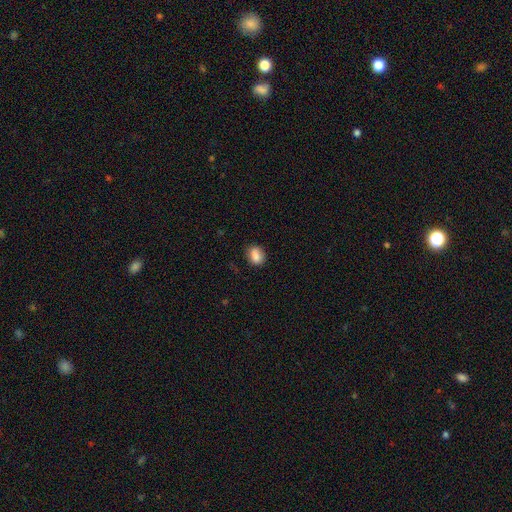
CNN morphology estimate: This is clearly a smooth galaxy (84%). How rounded: likely in between (63%). Merging: likely none (78%).